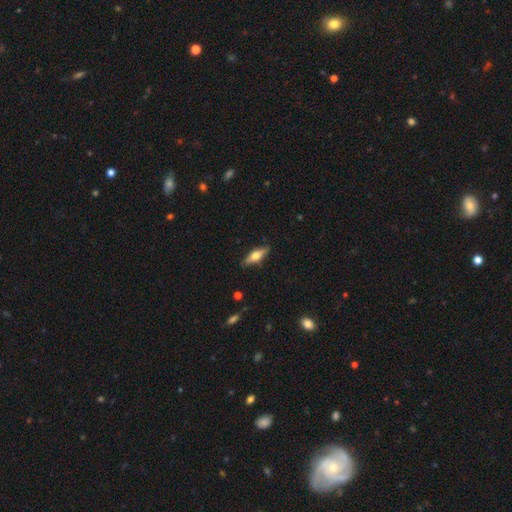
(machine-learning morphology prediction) Smooth or featured? Predicted: smooth (p=0.49). Merging? Predicted: none (p=0.86).